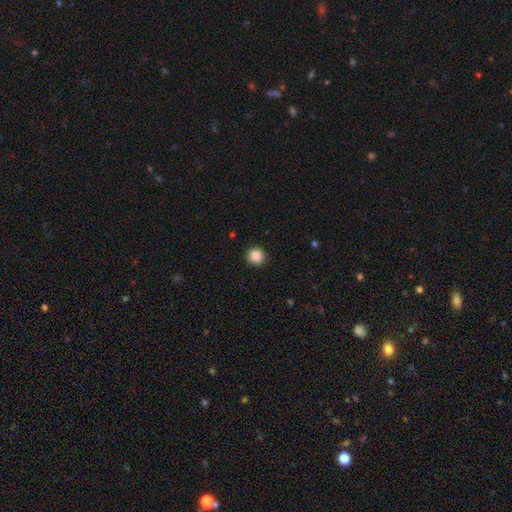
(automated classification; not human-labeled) Q: Smooth or featured?
A: smooth (87%); runner-up: star or artifact (9%)
Q: How rounded?
A: round (92%); runner-up: in between (7%)
Q: Merging?
A: none (92%); runner-up: minor disturbance (5%)